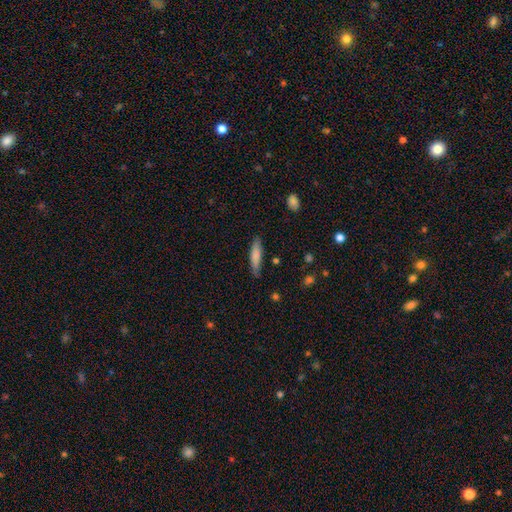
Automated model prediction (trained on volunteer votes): Morphology: type=smooth (78%); roundness=cigar-shaped (78%); merging=none (82%).